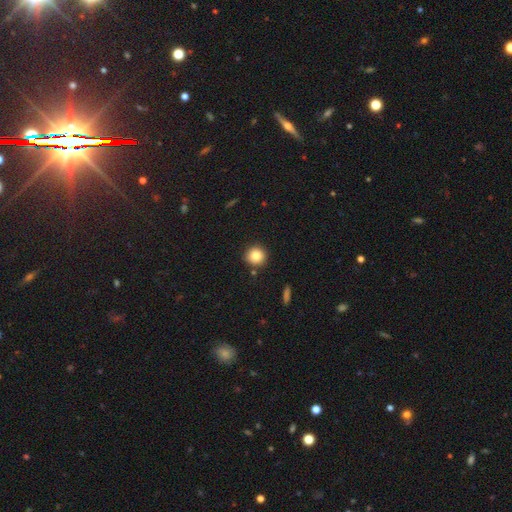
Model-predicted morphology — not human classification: smooth_or_featured: smooth (p=0.84) [alt: star or artifact p=0.10]
how_rounded: round (p=0.92) [alt: in between p=0.07]
merging: none (p=0.89) [alt: minor disturbance p=0.07]